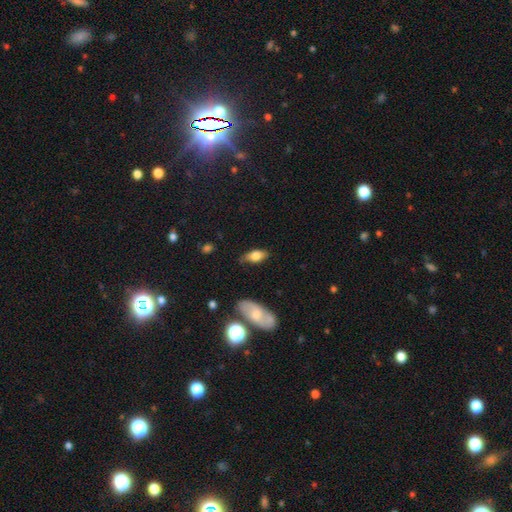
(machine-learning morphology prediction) Smooth or featured? smooth (72%)
How rounded? in between (84%)
Merging? none (69%)